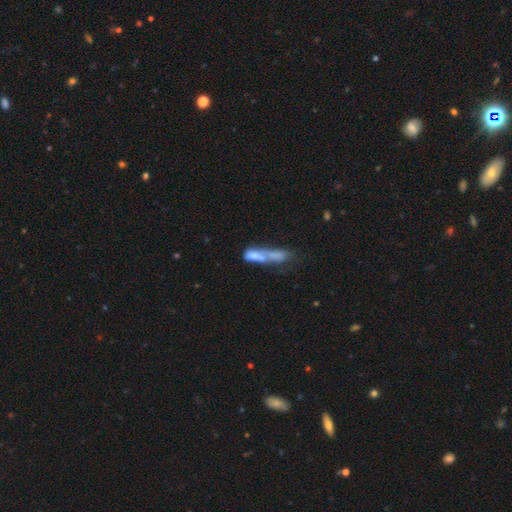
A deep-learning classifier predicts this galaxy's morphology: Smooth or featured?
  - smooth: 63% *
  - featured or disk: 27%
  - star or artifact: 9%
How rounded?
  - in between: 49% *
  - cigar-shaped: 45%
  - round: 6%
Merging?
  - merger: 64% *
  - none: 14%
  - major disturbance: 12%
  - minor disturbance: 9%